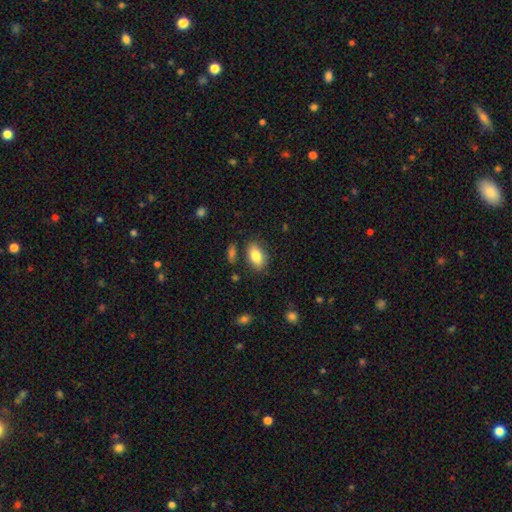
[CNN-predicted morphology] Smooth or featured?
  - smooth: 83% *
  - featured or disk: 10%
  - star or artifact: 7%
How rounded?
  - in between: 91% *
  - round: 7%
  - cigar-shaped: 3%
Merging?
  - none: 79% *
  - minor disturbance: 13%
  - merger: 4%
  - major disturbance: 3%